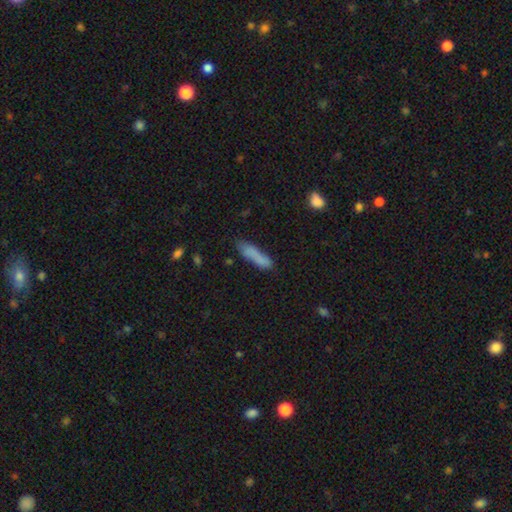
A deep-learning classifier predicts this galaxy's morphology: Smooth or featured? Predicted: smooth (p=0.80). How rounded? Predicted: cigar-shaped (p=0.75). Merging? Predicted: none (p=0.64).